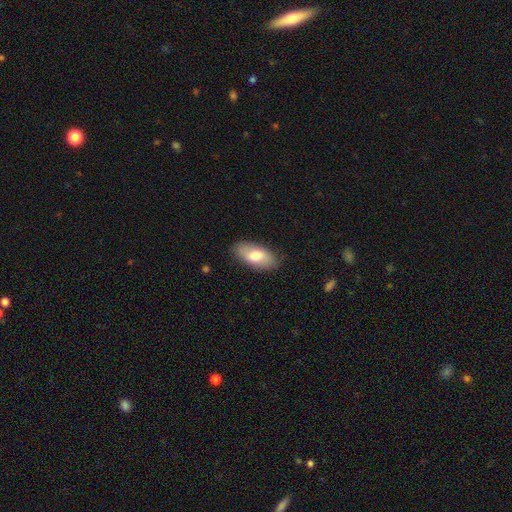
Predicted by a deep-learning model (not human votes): The model was most divided on "smooth or featured": smooth: 71%, featured or disk: 23%, star or artifact: 6%. More confident: how rounded — in between (92%); merging — none (83%).